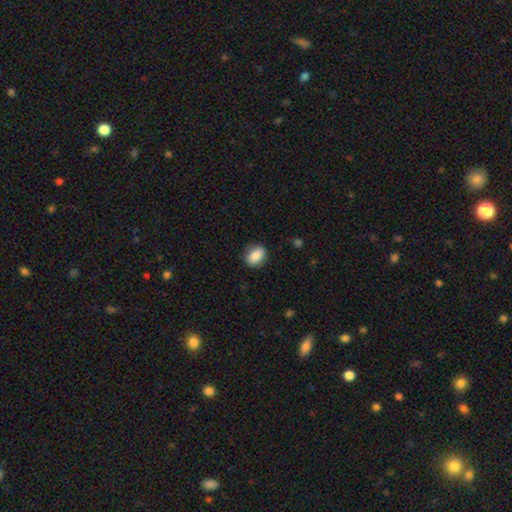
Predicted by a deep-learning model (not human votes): smooth 85%, featured or disk 8%, star or artifact 7%. Down the decision tree: how rounded — in between (69%); merging — none (84%).